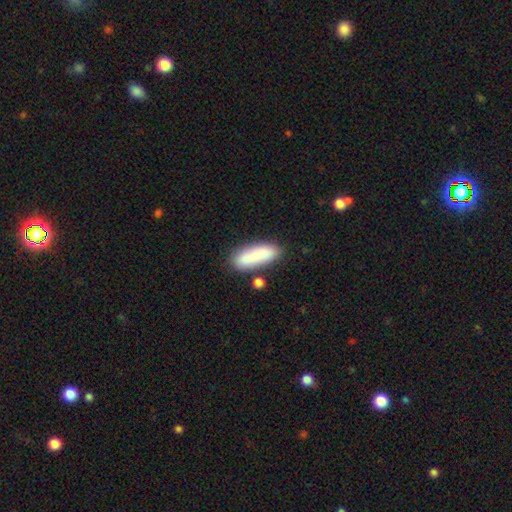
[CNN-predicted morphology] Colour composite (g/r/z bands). It shows a smooth galaxy with no disk features (84%) that is in between round and cigar-shaped (55%). Merging: none (72%).